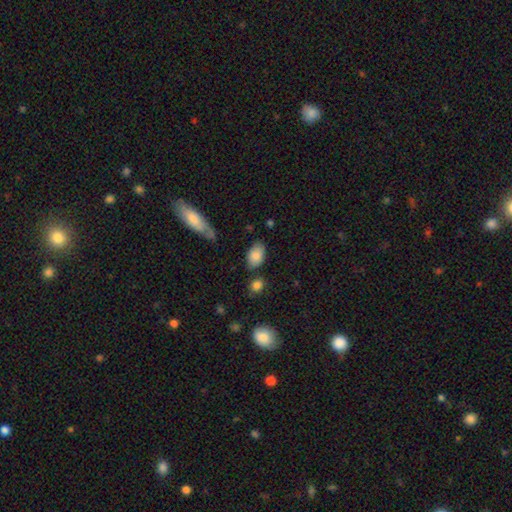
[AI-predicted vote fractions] Q: Smooth or featured?
A: smooth (84%); runner-up: featured or disk (9%)
Q: How rounded?
A: in between (92%); runner-up: round (6%)
Q: Merging?
A: none (74%); runner-up: minor disturbance (17%)